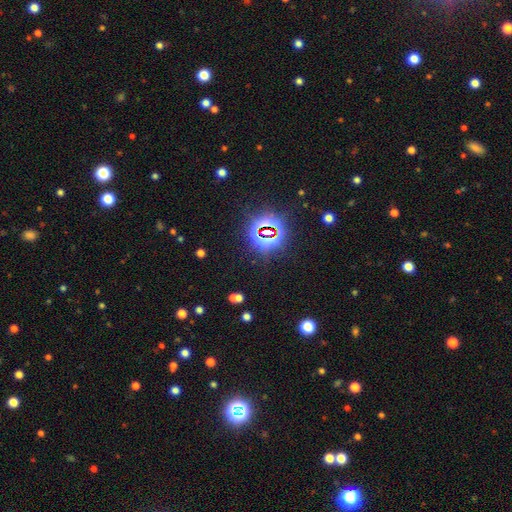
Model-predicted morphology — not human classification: This appears to be a star or artifact, not a galaxy (81%).